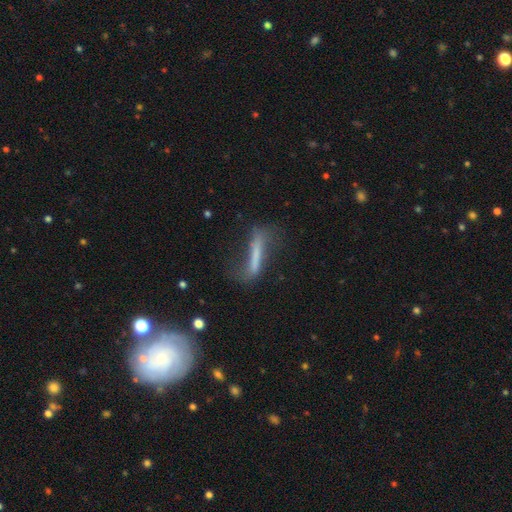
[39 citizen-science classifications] Volunteers were most divided on "smooth or featured": featured or disk: 51%, smooth: 49%, star or artifact: 0%. Remaining: edge-on bulge — none (82%); edge-on disk — yes (55%); merging — major disturbance (41%).